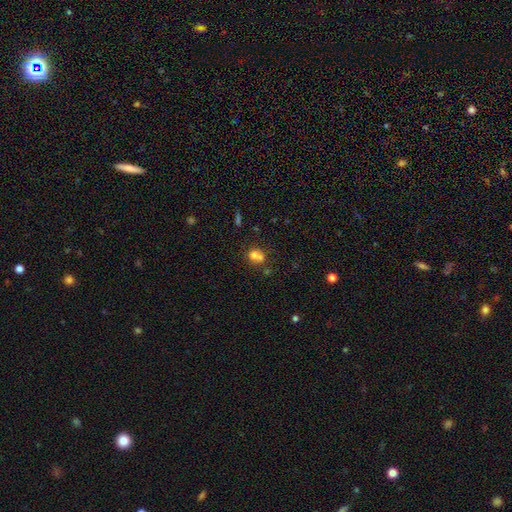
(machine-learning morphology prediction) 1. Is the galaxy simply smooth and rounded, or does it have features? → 70% smooth, 16% featured or disk, 14% star or artifact.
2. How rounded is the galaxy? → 71% round, 28% in between, 1% cigar-shaped.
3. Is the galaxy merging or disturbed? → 53% merger, 33% none, 9% minor disturbance, 4% major disturbance.